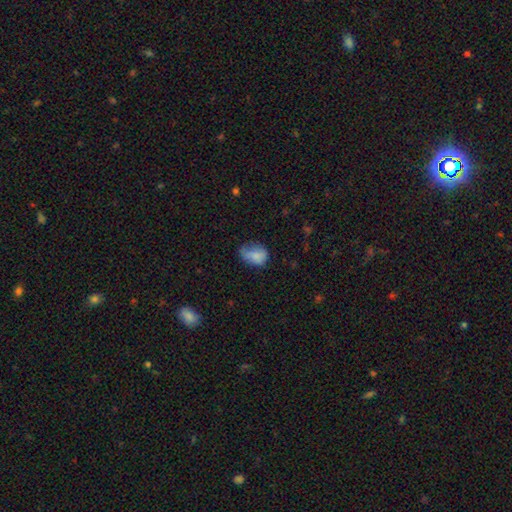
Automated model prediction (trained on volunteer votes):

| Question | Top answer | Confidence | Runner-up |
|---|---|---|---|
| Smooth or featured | smooth | 78% | featured or disk (13%) |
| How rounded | in between | 72% | round (27%) |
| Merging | minor disturbance | 40% | none (37%) |